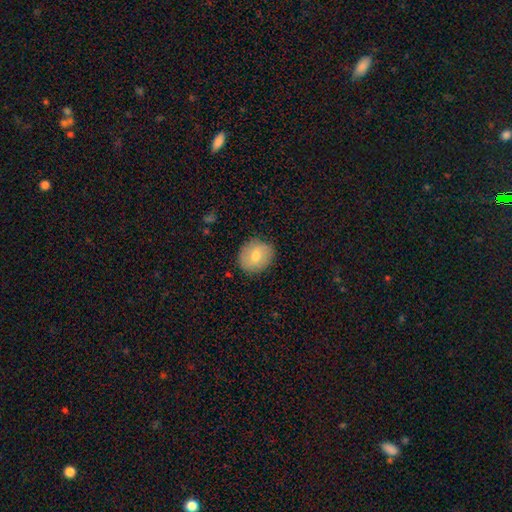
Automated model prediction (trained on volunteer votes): This appears to be a smooth galaxy with no disk features (74%) that is round (74%). Merging: none (86%).